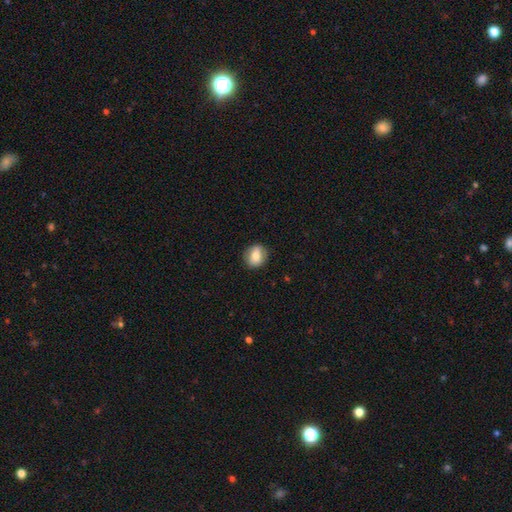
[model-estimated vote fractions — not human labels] This appears to be a smooth galaxy with no disk features (69%) that is round (66%). Merging: none (85%).